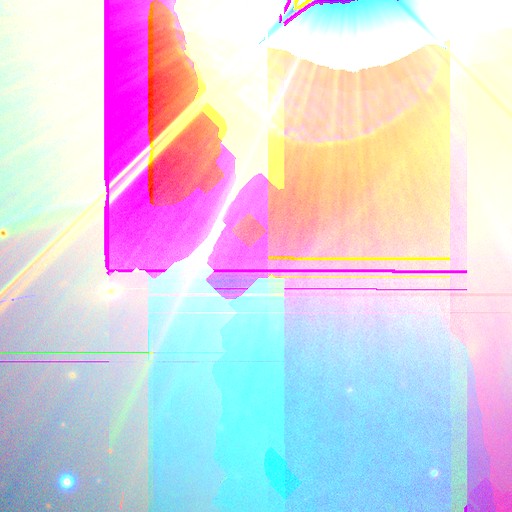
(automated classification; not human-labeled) A star or artifact, not a galaxy (78%).

Vote fractions:
- Smooth or featured? star or artifact: 78% / featured or disk: 14% / smooth: 8%